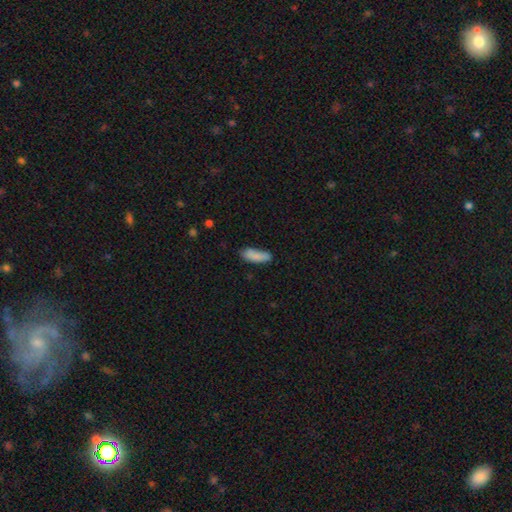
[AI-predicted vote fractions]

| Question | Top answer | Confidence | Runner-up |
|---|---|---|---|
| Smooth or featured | smooth | 84% | featured or disk (9%) |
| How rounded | in between | 62% | cigar-shaped (37%) |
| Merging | none | 65% | minor disturbance (25%) |